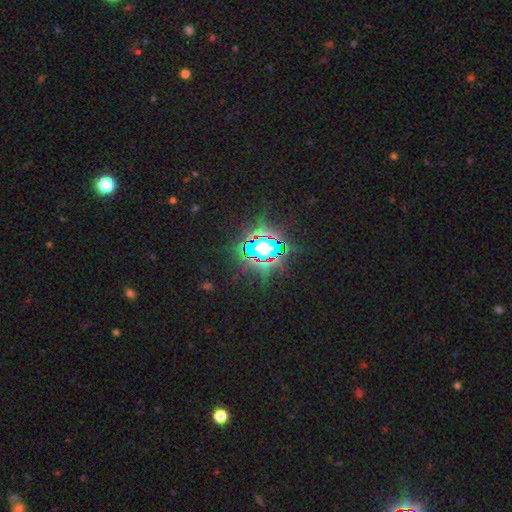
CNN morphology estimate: Smooth or featured? Predicted: star or artifact (p=0.77).